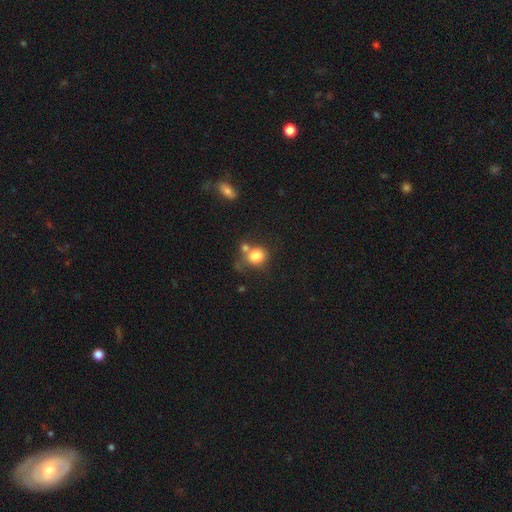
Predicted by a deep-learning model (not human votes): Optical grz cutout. It shows a smooth galaxy with no disk features (81%) that is round (77%). Merging: none (50%).